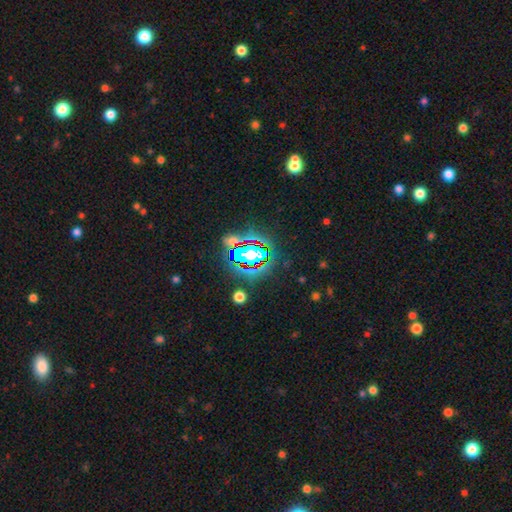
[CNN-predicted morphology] A star or artifact, not a galaxy (83%).

Vote fractions:
- Smooth or featured? star or artifact: 83% / smooth: 10% / featured or disk: 7%